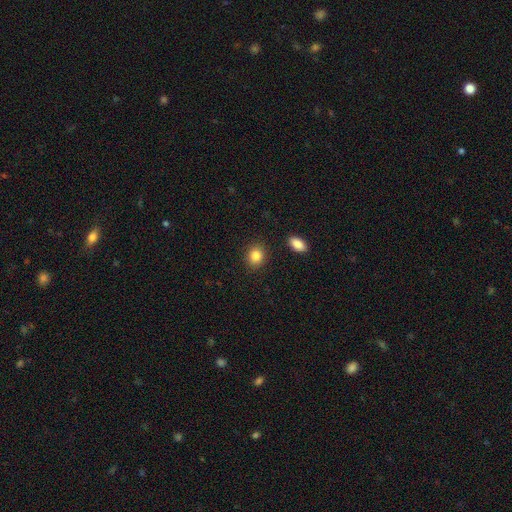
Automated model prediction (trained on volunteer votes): A smooth galaxy with no disk features (86%) that is round (60%). Merging: none (87%).